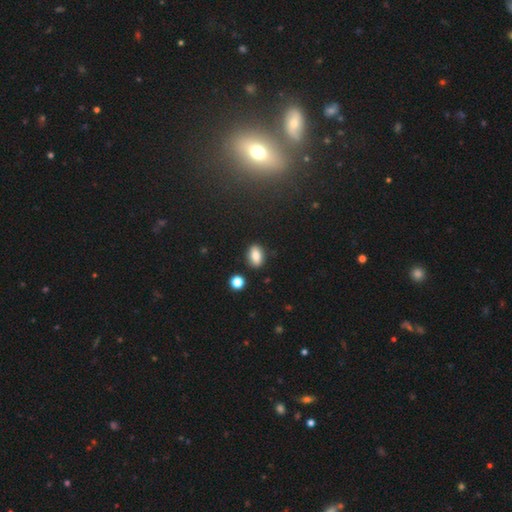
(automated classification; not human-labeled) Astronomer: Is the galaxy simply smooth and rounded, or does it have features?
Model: smooth — 84%.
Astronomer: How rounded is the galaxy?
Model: in between — 86%.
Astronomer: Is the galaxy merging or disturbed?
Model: none — 85%.